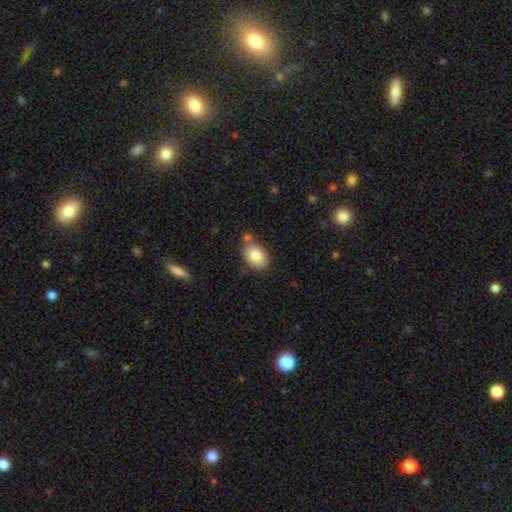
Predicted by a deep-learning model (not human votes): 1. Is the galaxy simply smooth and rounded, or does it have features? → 81% smooth, 11% featured or disk, 8% star or artifact.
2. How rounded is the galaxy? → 79% in between, 20% round, 1% cigar-shaped.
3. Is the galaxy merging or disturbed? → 66% none, 18% minor disturbance, 12% merger, 4% major disturbance.